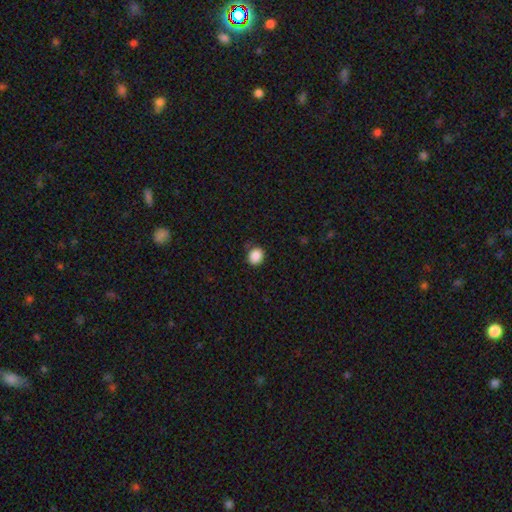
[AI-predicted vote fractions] A smooth galaxy with no disk features (88%) that is round (70%). Merging: none (84%).